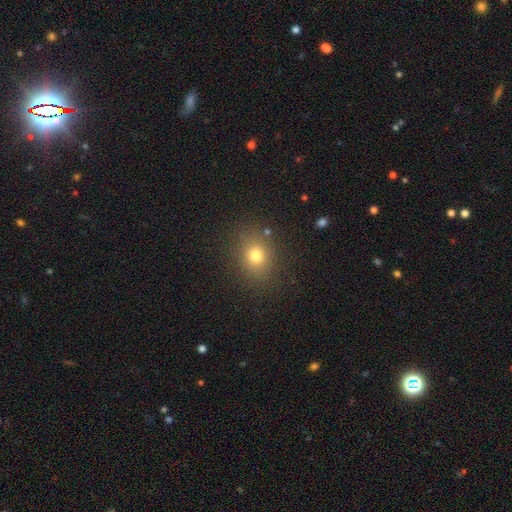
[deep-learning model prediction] Smooth or featured? smooth (76%)
How rounded? round (66%)
Merging? none (85%)